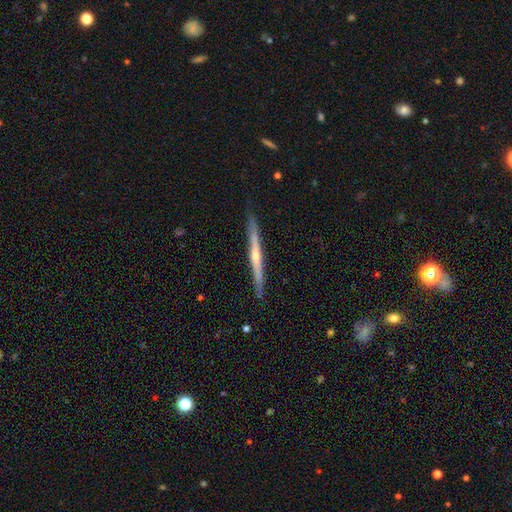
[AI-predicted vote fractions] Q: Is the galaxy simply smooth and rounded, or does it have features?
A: featured or disk — 71%.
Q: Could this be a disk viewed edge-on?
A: yes — 98%.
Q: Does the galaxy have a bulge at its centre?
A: rounded — 69%.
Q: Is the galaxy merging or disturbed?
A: none — 89%.